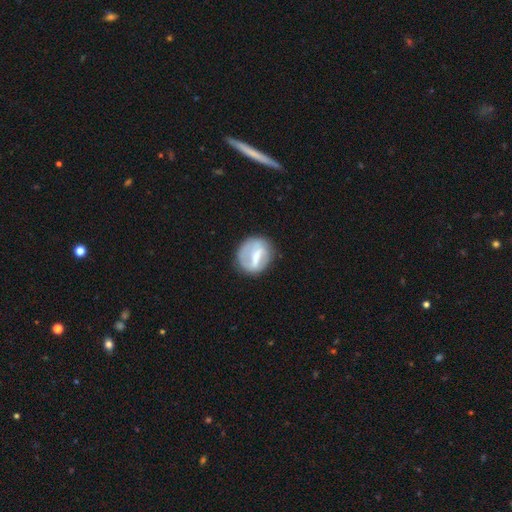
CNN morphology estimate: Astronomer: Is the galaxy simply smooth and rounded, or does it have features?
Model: featured or disk — 52% (runner-up: smooth, 41%).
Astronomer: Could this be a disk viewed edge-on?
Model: no — 96%.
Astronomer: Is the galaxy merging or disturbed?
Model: none — 65%.